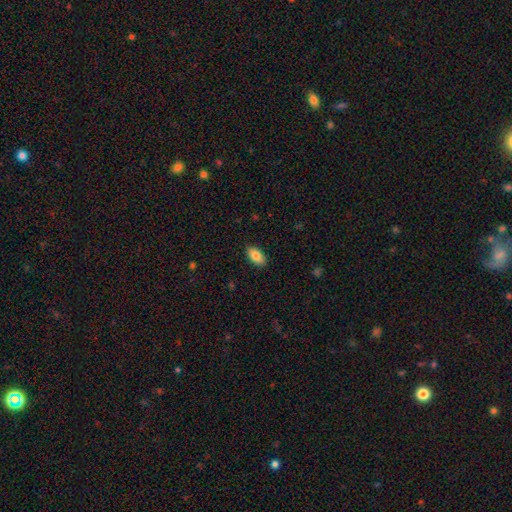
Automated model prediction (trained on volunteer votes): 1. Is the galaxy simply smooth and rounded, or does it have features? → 85% smooth, 9% featured or disk, 7% star or artifact.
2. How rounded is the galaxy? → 93% in between, 4% cigar-shaped, 3% round.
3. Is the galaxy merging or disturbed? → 89% none, 8% minor disturbance, 2% major disturbance, 1% merger.